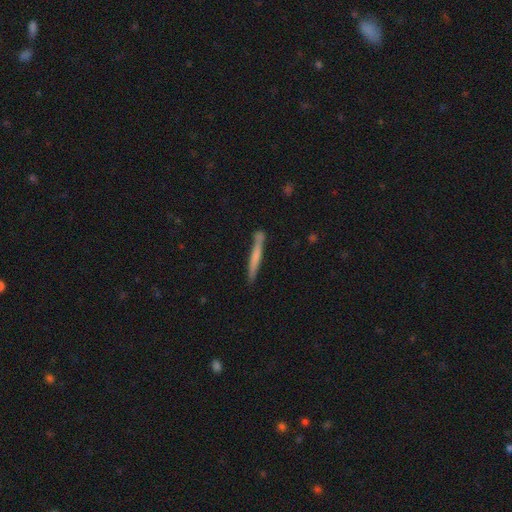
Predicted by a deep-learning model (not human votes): Q: Smooth or featured?
A: smooth (57%); runner-up: featured or disk (37%)
Q: How rounded?
A: cigar-shaped (96%); runner-up: in between (2%)
Q: Merging?
A: none (81%); runner-up: minor disturbance (12%)